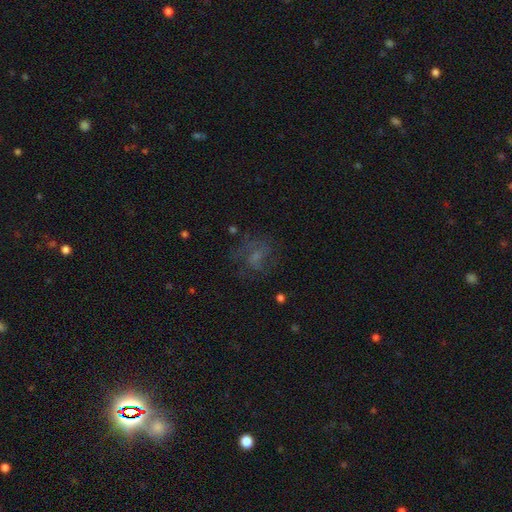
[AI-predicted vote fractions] A featured or disk galaxy (44%). Merging: none (57%).